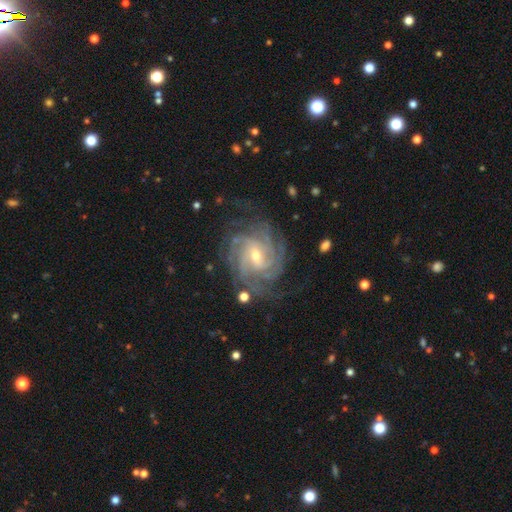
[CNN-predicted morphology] type=featured or disk (90%); edge-on=no (98%); bar=weak (45%); spiral arms=yes (98%); winding=tight (67%); arm count=4 (29%); bulge=small (57%); merging=none (75%).